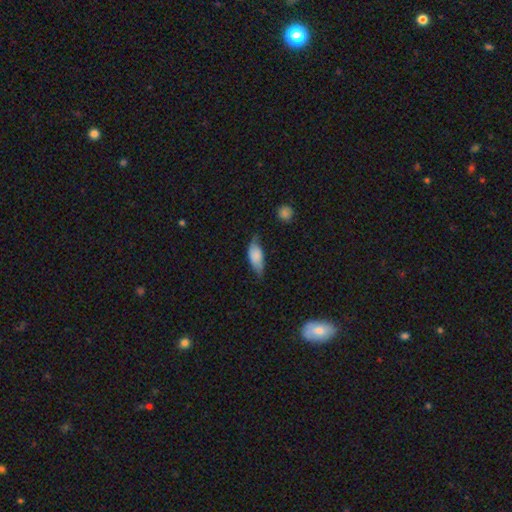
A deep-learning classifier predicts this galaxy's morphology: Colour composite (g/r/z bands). It shows a smooth galaxy with no disk features (72%) that is in between round and cigar-shaped (80%). Merging: none (50%).